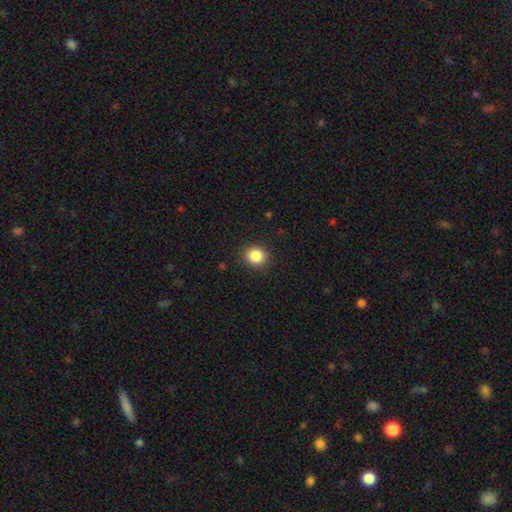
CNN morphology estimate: This is clearly a smooth galaxy (86%). How rounded: clearly round (83%). Merging: clearly none (89%).